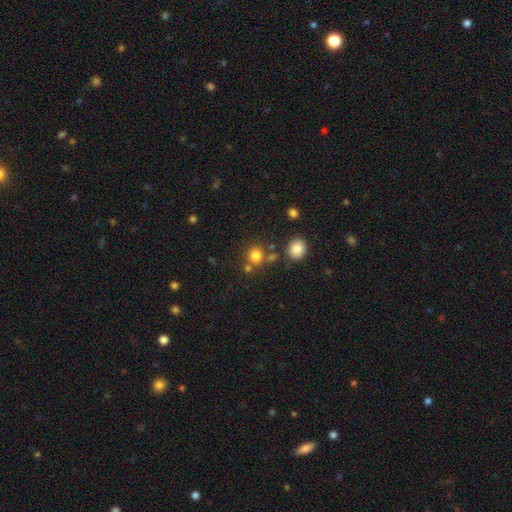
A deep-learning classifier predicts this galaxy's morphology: This is likely a smooth galaxy (79%). How rounded: clearly round (87%). Merging: likely none (72%).